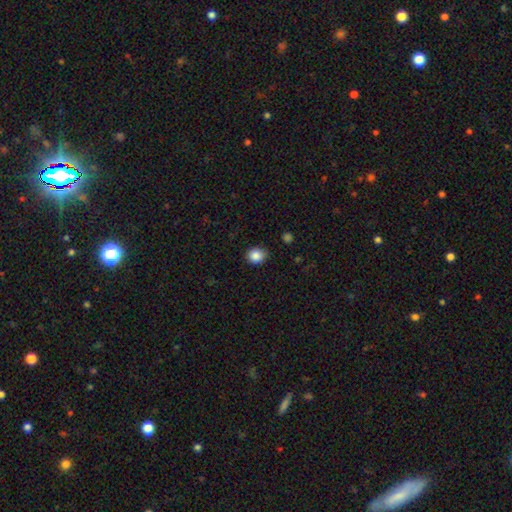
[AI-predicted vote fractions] smooth_or_featured: smooth (p=0.86) [alt: star or artifact p=0.10]
how_rounded: round (p=0.73) [alt: in between p=0.26]
merging: none (p=0.81) [alt: minor disturbance p=0.15]